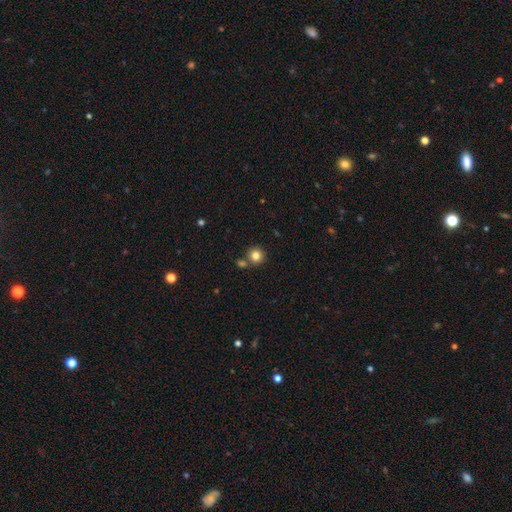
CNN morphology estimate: Smooth or featured?
  - smooth: 82% *
  - star or artifact: 11%
  - featured or disk: 7%
How rounded?
  - round: 93% *
  - in between: 6%
  - cigar-shaped: 1%
Merging?
  - none: 75% *
  - merger: 15%
  - minor disturbance: 8%
  - major disturbance: 2%